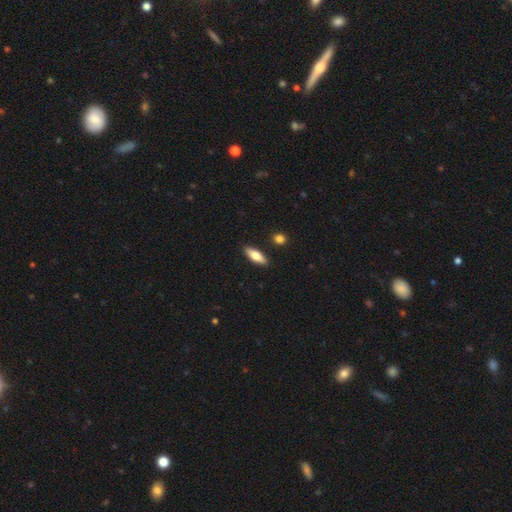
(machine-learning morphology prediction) This appears to be a smooth galaxy with no disk features (67%) that is in between round and cigar-shaped (58%). Merging: none (88%).